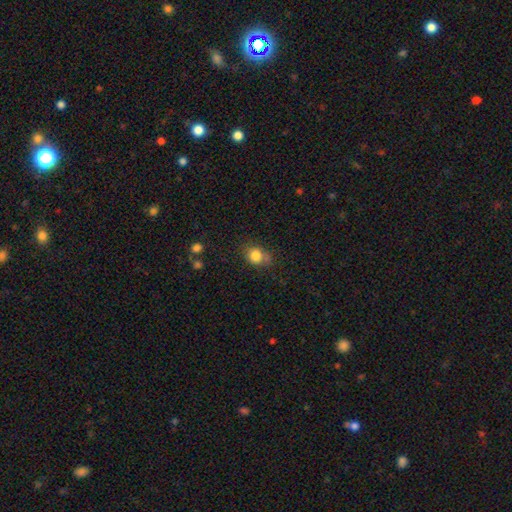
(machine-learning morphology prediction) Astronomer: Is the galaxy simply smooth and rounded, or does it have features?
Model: smooth — 82%.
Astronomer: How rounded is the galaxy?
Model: round — 54% (runner-up: in between, 45%).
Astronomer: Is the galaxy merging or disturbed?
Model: none — 60%.